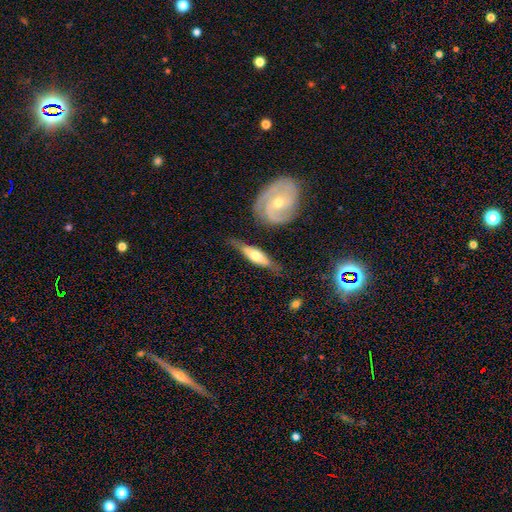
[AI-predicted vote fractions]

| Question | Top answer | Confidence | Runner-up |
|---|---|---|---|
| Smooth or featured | featured or disk | 58% | smooth (37%) |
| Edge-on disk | yes | 76% | no (24%) |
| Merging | none | 65% | minor disturbance (23%) |